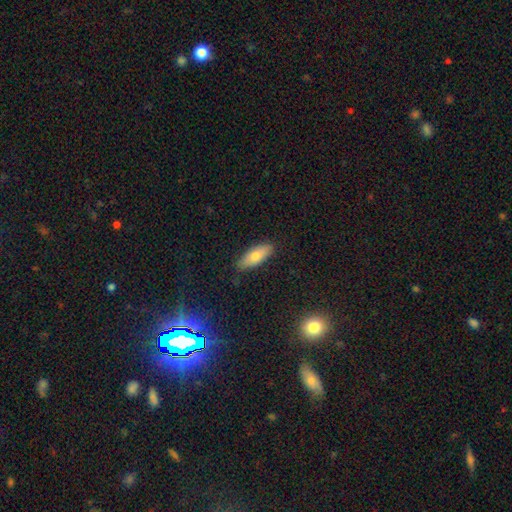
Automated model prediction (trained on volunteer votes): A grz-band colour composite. It shows a smooth galaxy with no disk features (74%) that is in between round and cigar-shaped (70%). Merging: none (85%).